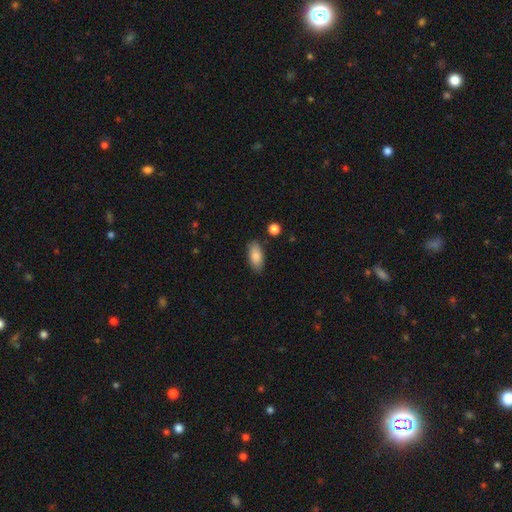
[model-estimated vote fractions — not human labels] Morphology: type=smooth (85%); roundness=in between (91%); merging=none (83%).